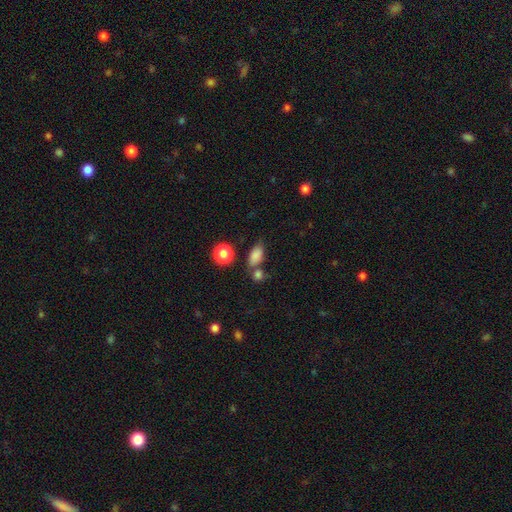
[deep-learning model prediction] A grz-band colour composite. It shows a smooth galaxy with no disk features (83%) that is in between round and cigar-shaped (83%). Merging: none (59%).